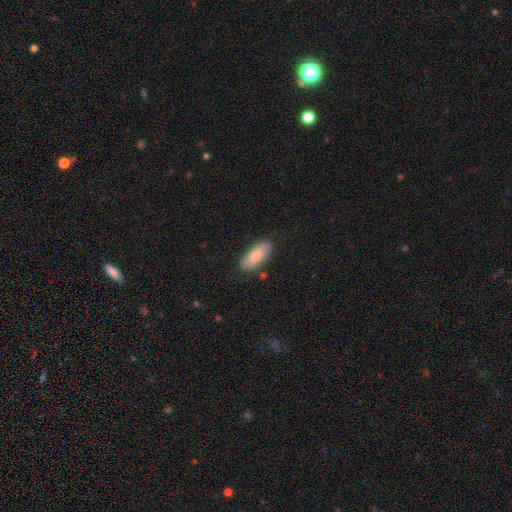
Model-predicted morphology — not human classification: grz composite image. It shows a smooth galaxy with no disk features (79%) that is in between round and cigar-shaped (76%). Merging: none (80%).